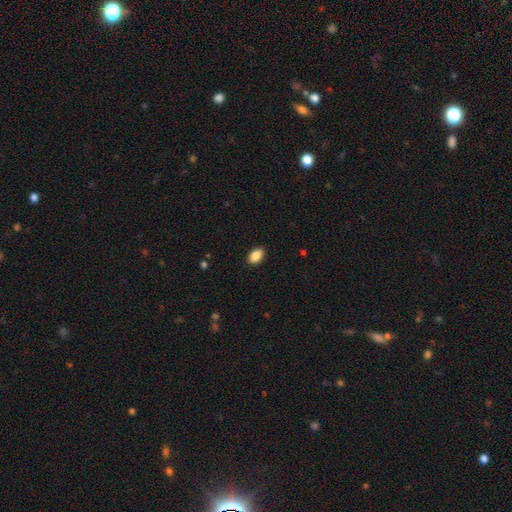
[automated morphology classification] A smooth galaxy with no disk features (89%) that is in between round and cigar-shaped (91%).

Vote fractions:
- Smooth or featured? smooth: 89% / star or artifact: 7% / featured or disk: 4%
- How rounded? in between: 91% / round: 7% / cigar-shaped: 2%
- Merging? none: 89% / minor disturbance: 8% / major disturbance: 2% / merger: 1%